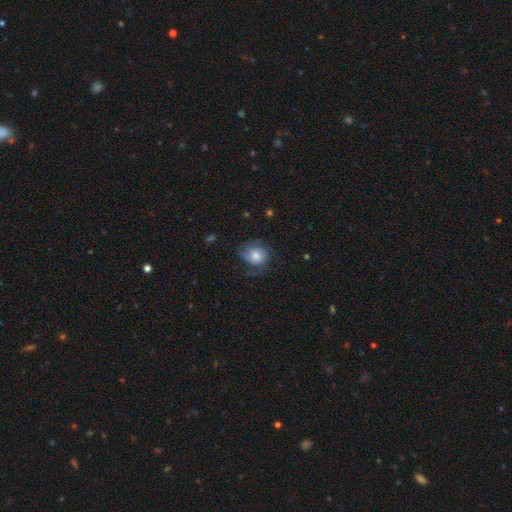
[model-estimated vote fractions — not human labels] Smooth or featured? Predicted: smooth (p=0.57). How rounded? Predicted: round (p=0.68). Merging? Predicted: none (p=0.57).